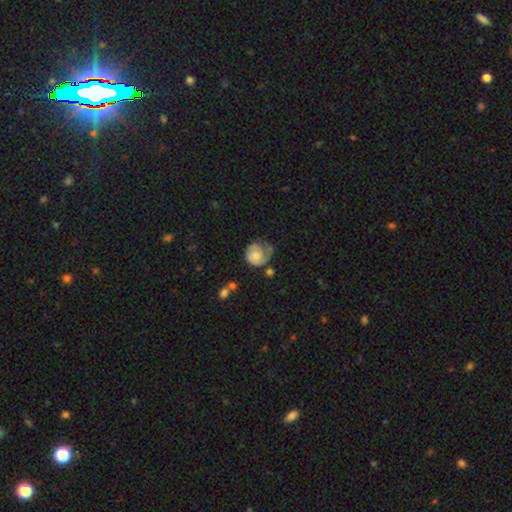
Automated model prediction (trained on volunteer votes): A smooth galaxy with no disk features (47%). Merging: none (40%).